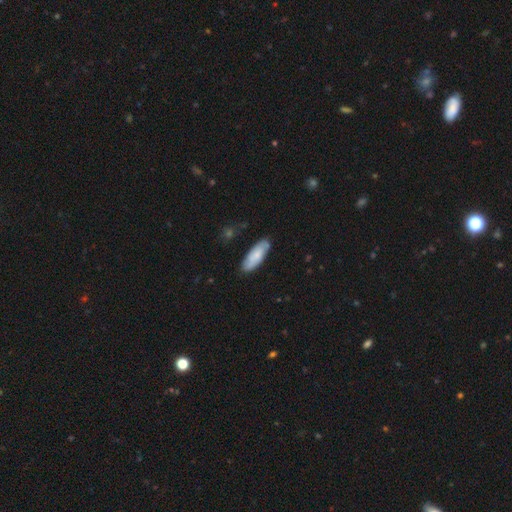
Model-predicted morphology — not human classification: This appears to be a smooth galaxy with no disk features (66%) that is in between round and cigar-shaped (66%). Merging: none (79%).